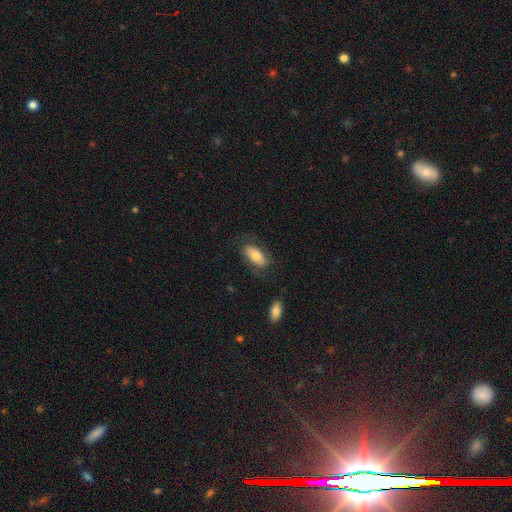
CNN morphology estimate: This appears to be a smooth galaxy with no disk features (67%) that is in between round and cigar-shaped (89%). Merging: none (69%).